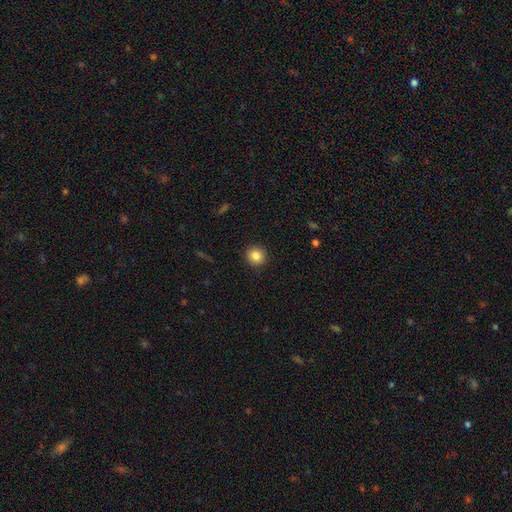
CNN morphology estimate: This appears to be a smooth galaxy with no disk features (85%) that is round (93%). Merging: none (92%).